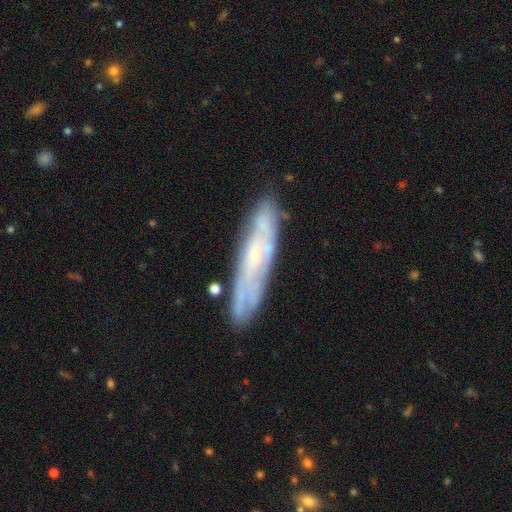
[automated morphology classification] Smooth or featured?
  - featured or disk: 64% *
  - smooth: 28%
  - star or artifact: 7%
Edge-on disk?
  - no: 52% *
  - yes: 48%
Merging?
  - none: 79% *
  - minor disturbance: 15%
  - major disturbance: 3%
  - merger: 2%